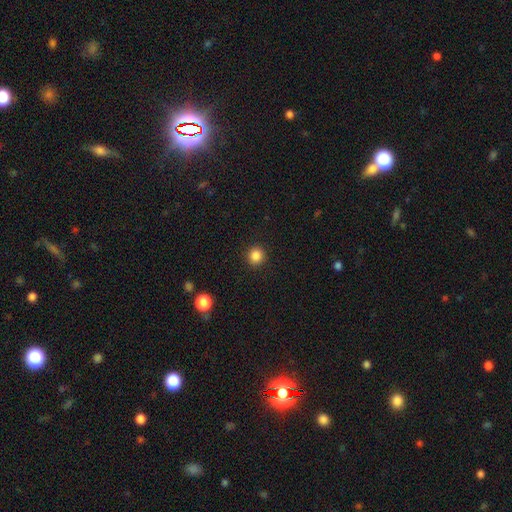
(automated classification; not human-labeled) Overall: smooth (85%). How rounded: round (92%). Merging: none (92%).